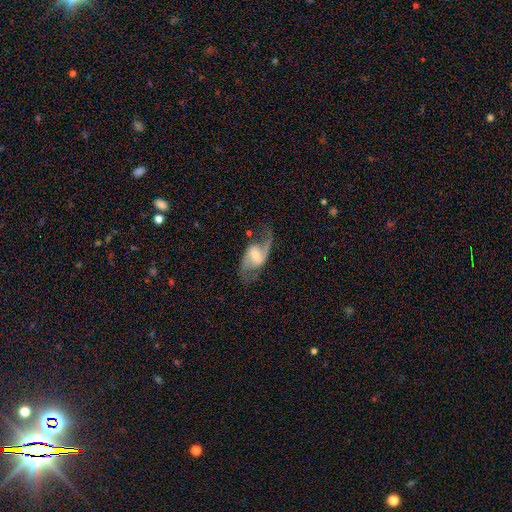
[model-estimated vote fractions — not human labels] Smooth or featured: featured or disk — 86% (smooth — 8%)
Edge-on disk: no — 96% (yes — 4%)
Bar: weak — 49% (no — 30%)
Spiral arms: yes — 96% (no — 4%)
Spiral winding: loose — 53% (medium — 39%)
Spiral arm count: 2 — 91% (1 — 4%)
Bulge size: moderate — 44% (small — 41%)
Merging: none — 72% (minor disturbance — 15%)